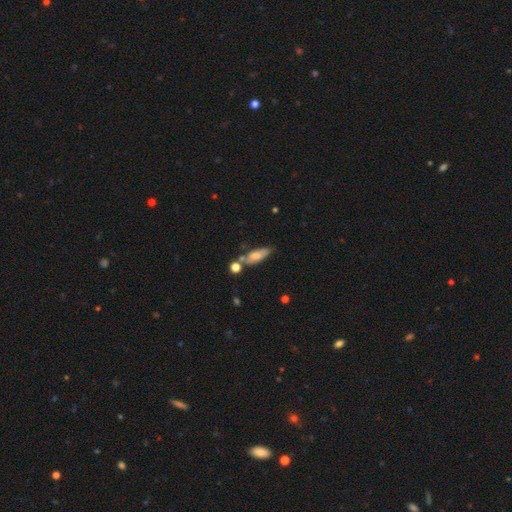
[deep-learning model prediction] Q: Smooth or featured?
A: smooth (69%); runner-up: featured or disk (23%)
Q: How rounded?
A: in between (59%); runner-up: cigar-shaped (38%)
Q: Merging?
A: none (56%); runner-up: minor disturbance (22%)